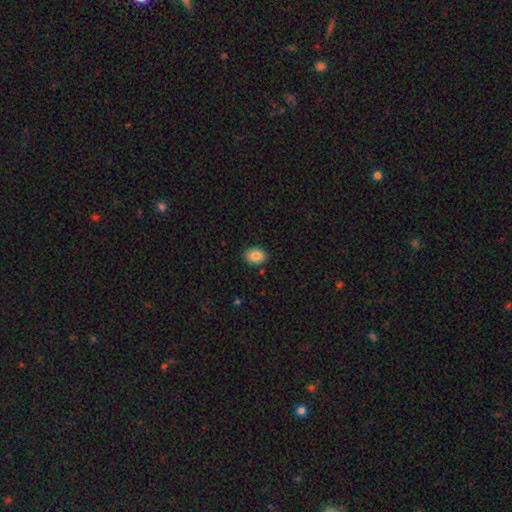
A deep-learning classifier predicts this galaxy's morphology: Q: Smooth or featured?
A: smooth (85%); runner-up: star or artifact (8%)
Q: How rounded?
A: in between (72%); runner-up: round (27%)
Q: Merging?
A: none (89%); runner-up: minor disturbance (8%)